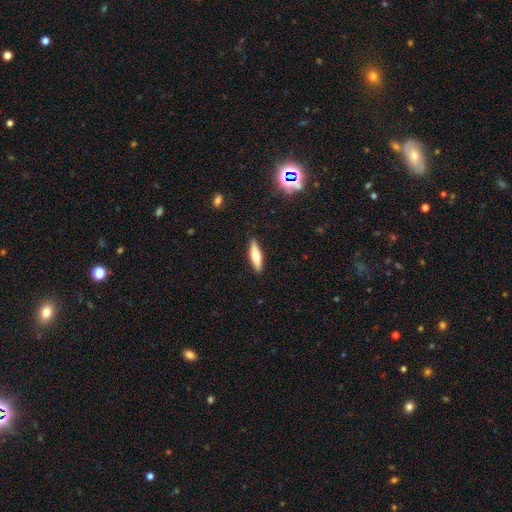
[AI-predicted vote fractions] Smooth or featured? Predicted: smooth (p=0.59). How rounded? Predicted: cigar-shaped (p=0.60). Merging? Predicted: none (p=0.89).